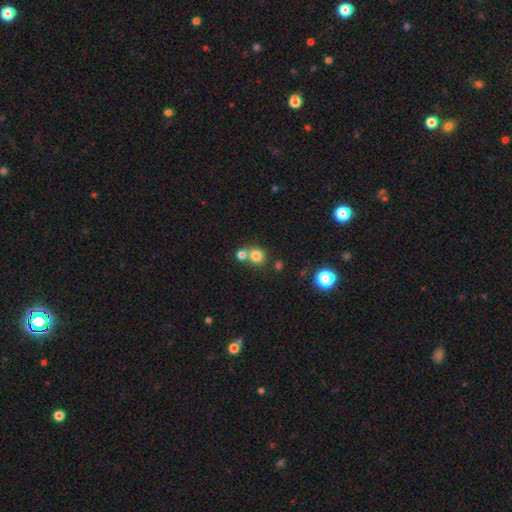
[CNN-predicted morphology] Smooth or featured?
  - smooth: 79% *
  - star or artifact: 13%
  - featured or disk: 8%
How rounded?
  - round: 86% *
  - in between: 14%
  - cigar-shaped: 1%
Merging?
  - none: 52% *
  - merger: 38%
  - minor disturbance: 7%
  - major disturbance: 3%